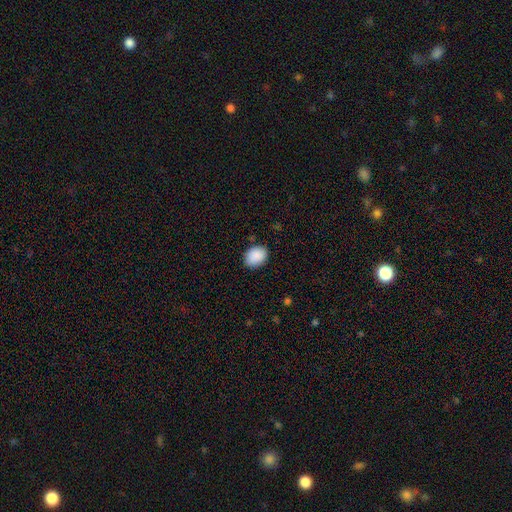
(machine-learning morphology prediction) smooth 90%, star or artifact 7%, featured or disk 4%. Down the decision tree: how rounded — in between (67%); merging — none (83%).